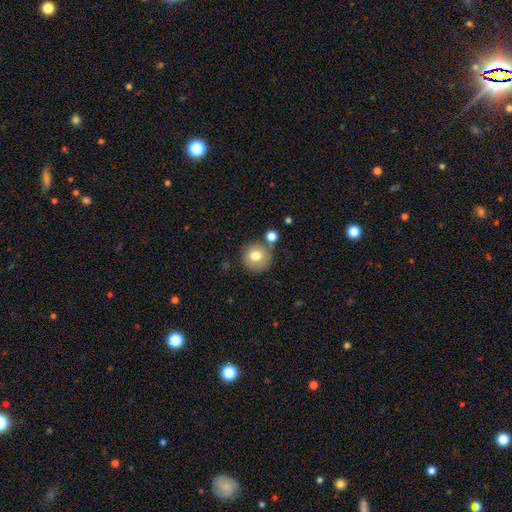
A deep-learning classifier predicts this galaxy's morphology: A smooth galaxy with no disk features (76%) that is round (92%). Merging: none (67%).